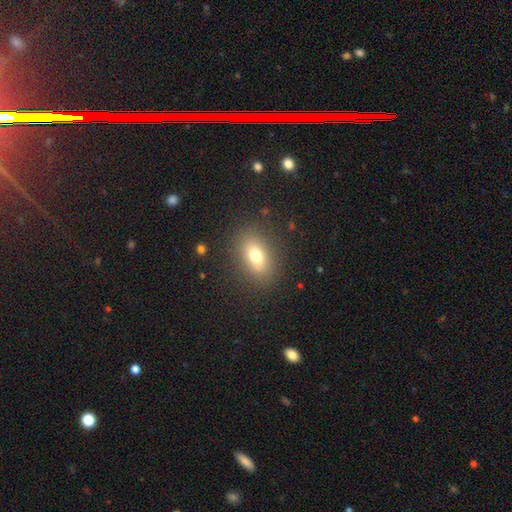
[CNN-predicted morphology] Smooth or featured? smooth (74%)
How rounded? in between (79%)
Merging? none (86%)